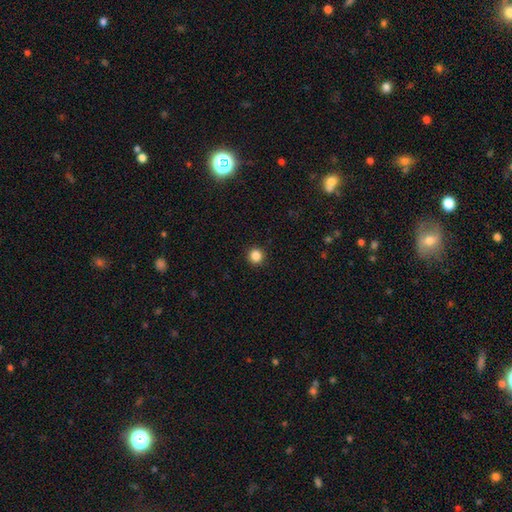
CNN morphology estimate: This appears to be a smooth galaxy with no disk features (85%) that is round (95%). Merging: none (93%).